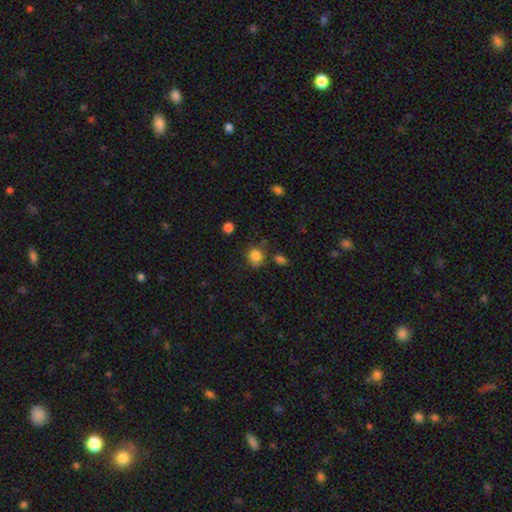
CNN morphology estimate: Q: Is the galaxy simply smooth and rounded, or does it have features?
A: smooth — 83%.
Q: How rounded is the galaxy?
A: round — 77%.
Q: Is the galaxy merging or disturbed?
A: none — 69%.